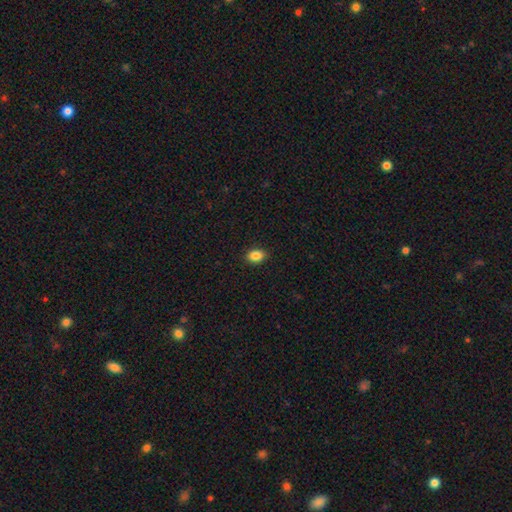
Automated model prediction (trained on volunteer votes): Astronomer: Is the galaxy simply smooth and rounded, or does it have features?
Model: smooth — 87%.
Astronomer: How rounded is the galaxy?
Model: in between — 77%.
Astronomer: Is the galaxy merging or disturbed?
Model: none — 90%.